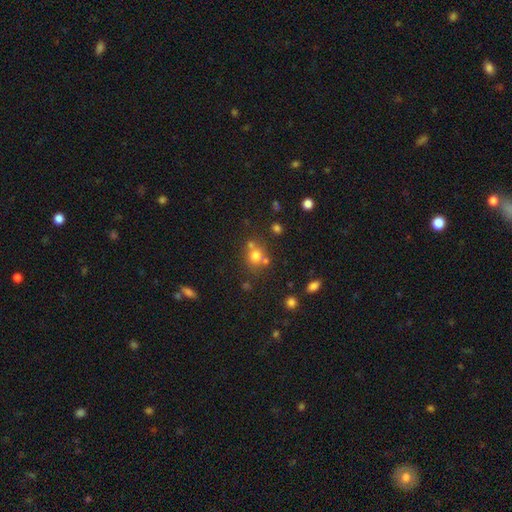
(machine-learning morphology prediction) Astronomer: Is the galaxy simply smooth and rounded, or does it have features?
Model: smooth — 68%.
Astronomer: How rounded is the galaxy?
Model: round — 77%.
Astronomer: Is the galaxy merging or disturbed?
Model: none — 57%.